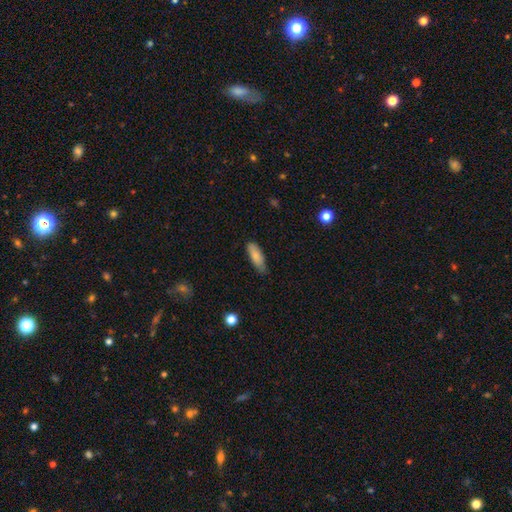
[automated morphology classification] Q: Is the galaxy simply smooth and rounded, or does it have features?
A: smooth — 84%.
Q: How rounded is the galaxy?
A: in between — 63%.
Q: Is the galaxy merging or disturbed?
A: none — 68%.